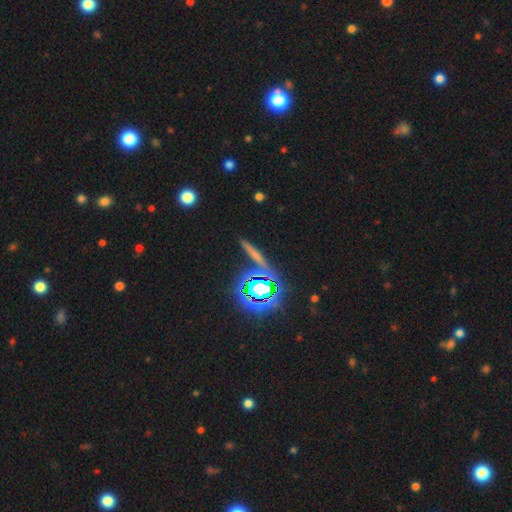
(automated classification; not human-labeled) A smooth galaxy with no disk features (40%).

Vote fractions:
- Smooth or featured? smooth: 40% / star or artifact: 35% / featured or disk: 25%
- Merging? none: 79% / minor disturbance: 11% / merger: 6% / major disturbance: 4%